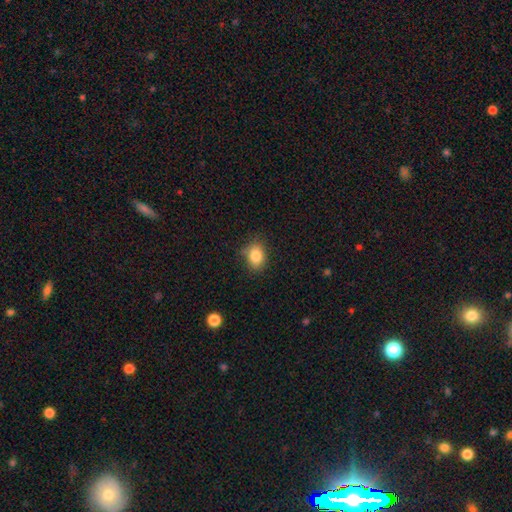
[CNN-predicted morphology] The model was most divided on "how rounded": in between: 60%, round: 39%, cigar-shaped: 1%. More confident: smooth or featured — smooth (83%); merging — none (74%).